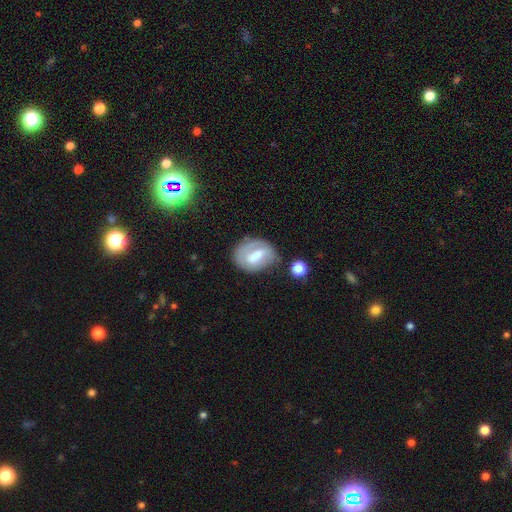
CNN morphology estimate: smooth-or-featured: featured or disk: 50% | smooth: 43% | star or artifact: 7%
  merging: none: 57% | minor disturbance: 25% | major disturbance: 11% | merger: 7%